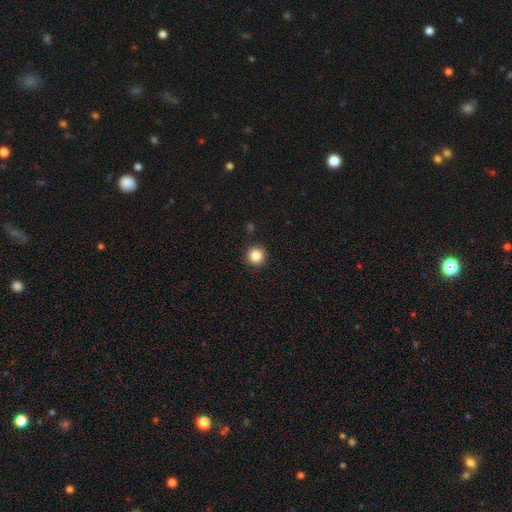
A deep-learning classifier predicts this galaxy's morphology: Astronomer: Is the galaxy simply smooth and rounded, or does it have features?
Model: smooth — 85%.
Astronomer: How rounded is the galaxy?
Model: round — 96%.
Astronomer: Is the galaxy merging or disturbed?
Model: none — 92%.